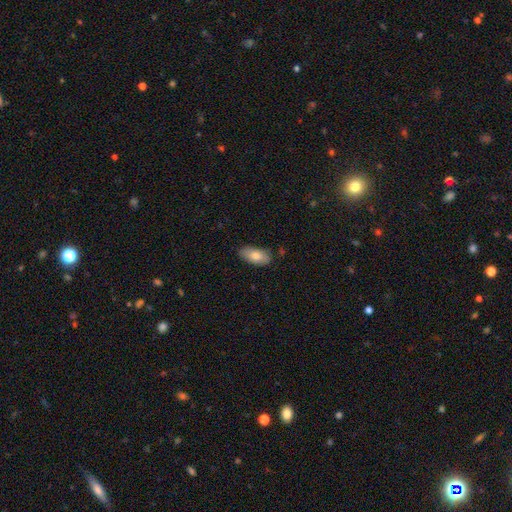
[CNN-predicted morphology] This is likely a smooth galaxy (79%). How rounded: clearly in between (92%). Merging: clearly none (81%).